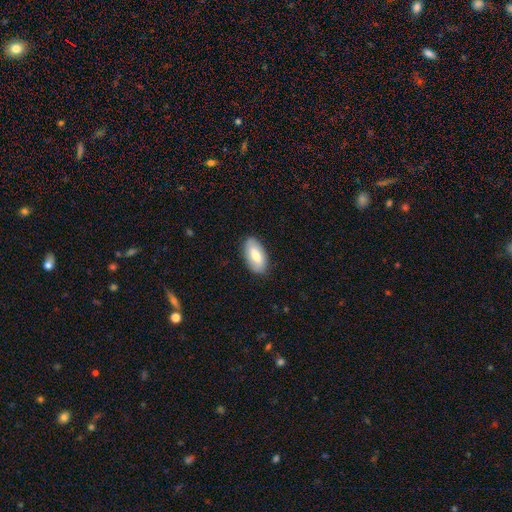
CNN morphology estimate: Smooth or featured? smooth (70%)
How rounded? in between (93%)
Merging? none (86%)